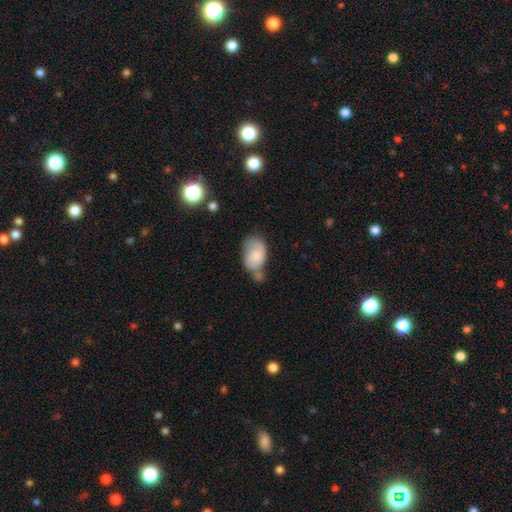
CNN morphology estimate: smooth_or_featured: smooth (p=0.72) [alt: featured or disk p=0.21]
how_rounded: in between (p=0.89) [alt: round p=0.09]
merging: none (p=0.32) [alt: minor disturbance p=0.30]